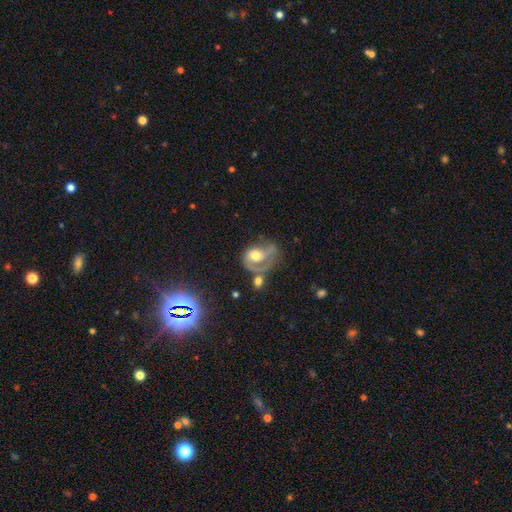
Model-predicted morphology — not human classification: A featured or disk galaxy (72%) with no bar (68%), 1 (52%) medium (41%) spiral arms (86%) and a moderate central bulge (62%).

Vote fractions:
- Smooth or featured? featured or disk: 72% / smooth: 20% / star or artifact: 8%
- Edge-on disk? no: 97% / yes: 3%
- Bar? no: 68% / weak: 25% / strong: 6%
- Spiral arms? yes: 86% / no: 14%
- Spiral winding? medium: 41% / tight: 33% / loose: 26%
- Spiral arm count? 1: 52% / 2: 36% / can't tell: 8% / 3: 2% / 4: 1% / more than 4: 1%
- Bulge size? moderate: 62% / large: 20% / small: 14% / none: 3% / dominant: 2%
- Merging? major disturbance: 32% / none: 31% / minor disturbance: 19% / merger: 18%